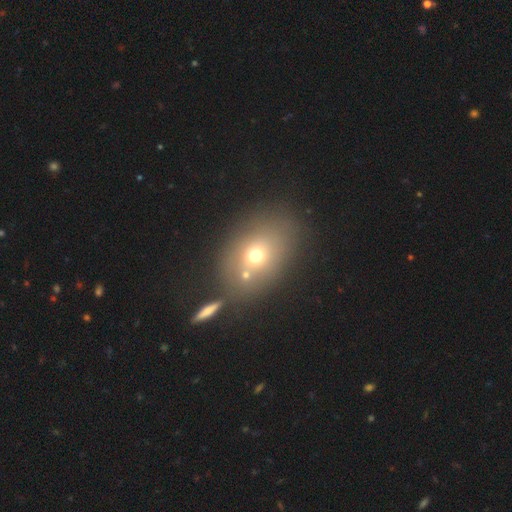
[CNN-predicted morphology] Smooth or featured: smooth — 65% (featured or disk — 20%)
How rounded: in between — 64% (round — 34%)
Merging: none — 61% (merger — 21%)